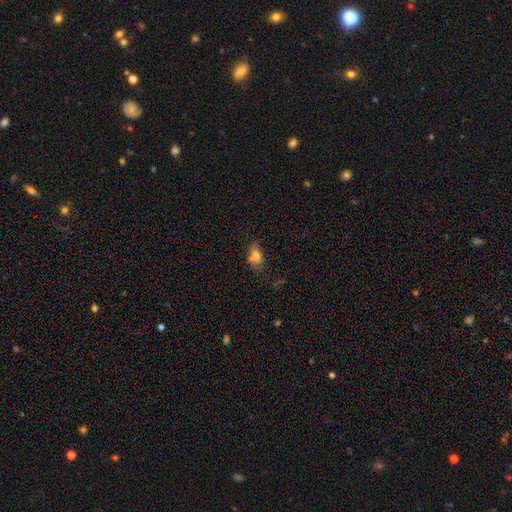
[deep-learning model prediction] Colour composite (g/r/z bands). It shows a smooth galaxy with no disk features (74%) that is in between round and cigar-shaped (81%). Merging: none (58%).